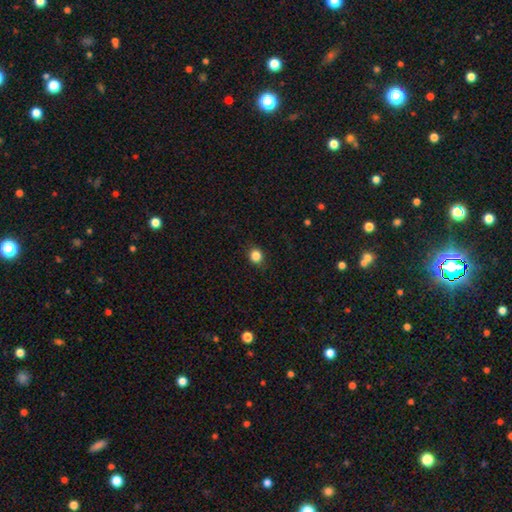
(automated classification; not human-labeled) Smooth or featured? smooth (85%)
How rounded? round (80%)
Merging? none (89%)